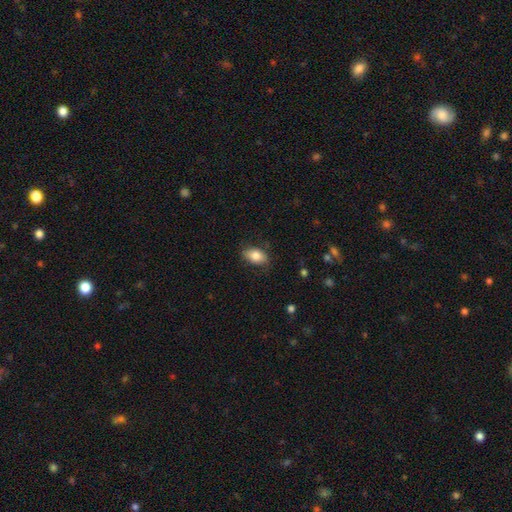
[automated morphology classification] The model was most divided on "merging": none: 79%, minor disturbance: 16%, major disturbance: 4%, merger: 1%. More confident: how rounded — in between (89%); smooth or featured — smooth (82%).